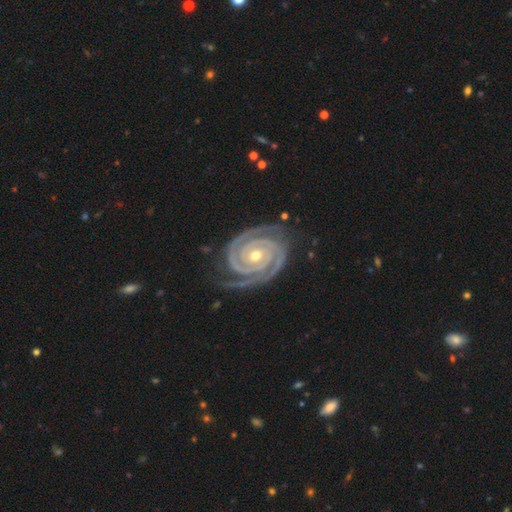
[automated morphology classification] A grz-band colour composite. It shows a featured or disk galaxy (94%) with no bar (64%), 2 (82%) tight (89%) spiral arms (99%) and a moderate central bulge (56%). Merging: none (79%).